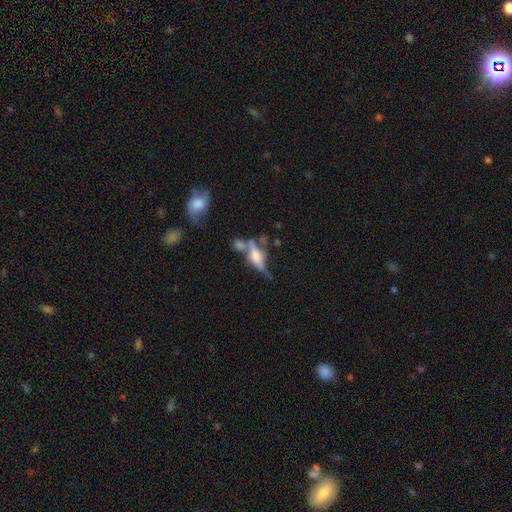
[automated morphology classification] A featured or disk galaxy (59%) viewed edge-on (78%). Merging: none (41%).